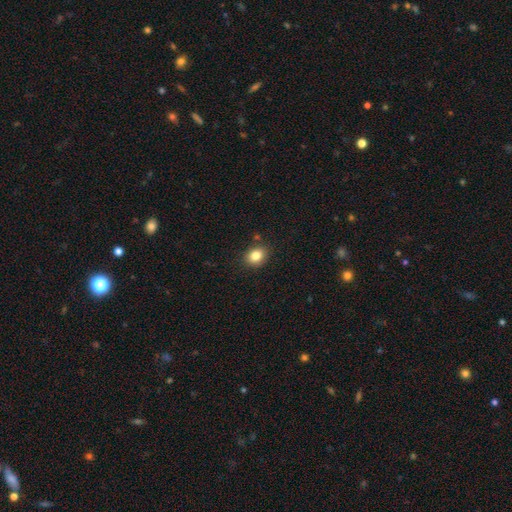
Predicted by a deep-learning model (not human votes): This is clearly a smooth galaxy (83%). How rounded: possibly round (55%). Merging: clearly none (86%).